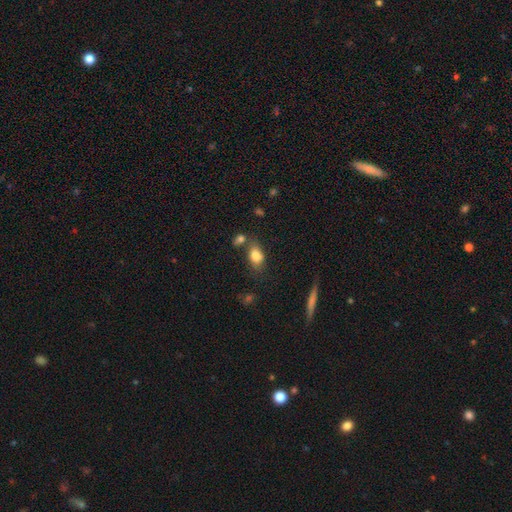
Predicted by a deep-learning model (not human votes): This appears to be a smooth galaxy with no disk features (81%) that is in between round and cigar-shaped (82%). Merging: none (56%).